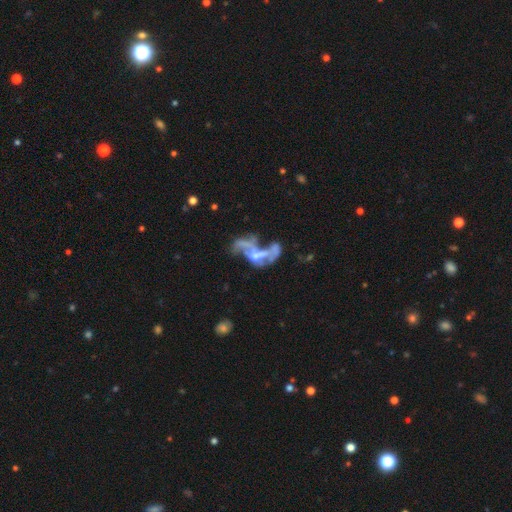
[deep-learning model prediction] Overall: featured or disk (71%). Edge-on disk: no (94%). Bar: no (64%; weak 25%). Spiral arms: no (52%; yes 48%). Bulge size: moderate (38%; small 29%). Merging: merger (42%; major disturbance 31%).